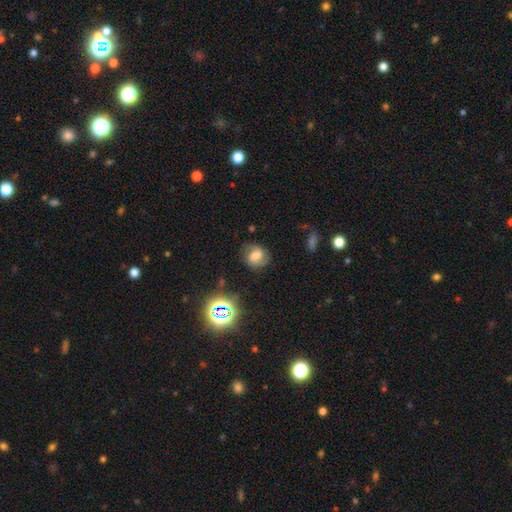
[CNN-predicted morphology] type=featured or disk (52%); edge-on=no (97%); bar=weak (45%); spiral arms=yes (88%); bulge=moderate (41%); merging=none (74%).